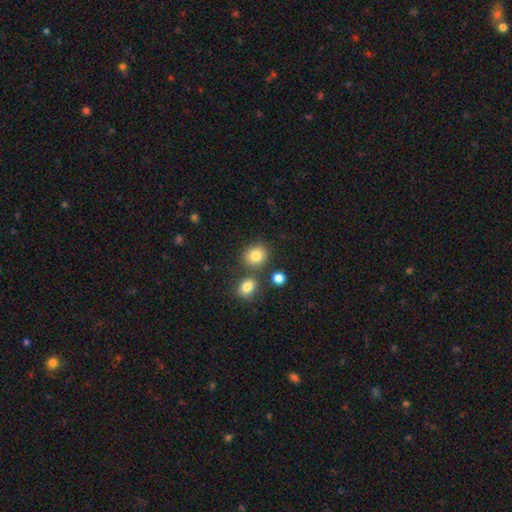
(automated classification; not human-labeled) Smooth or featured? smooth (82%)
How rounded? round (75%)
Merging? none (74%)